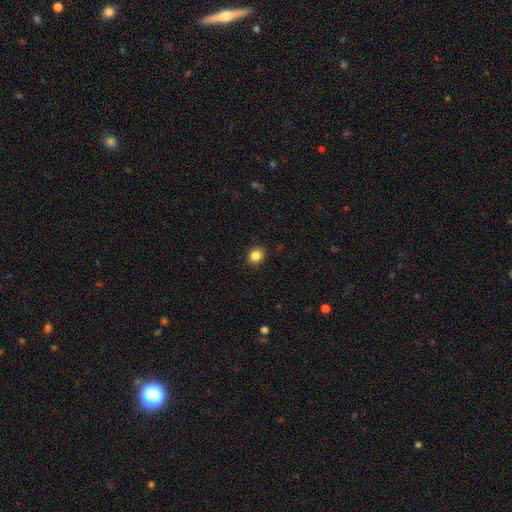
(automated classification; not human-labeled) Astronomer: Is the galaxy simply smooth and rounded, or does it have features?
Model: smooth — 85%.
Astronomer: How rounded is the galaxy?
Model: round — 69%.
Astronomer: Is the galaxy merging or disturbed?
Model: none — 90%.